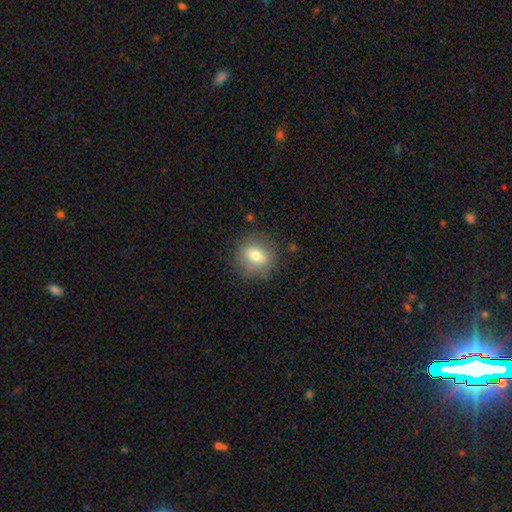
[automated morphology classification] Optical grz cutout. It shows a smooth galaxy with no disk features (74%) that is round (67%). Merging: none (83%).